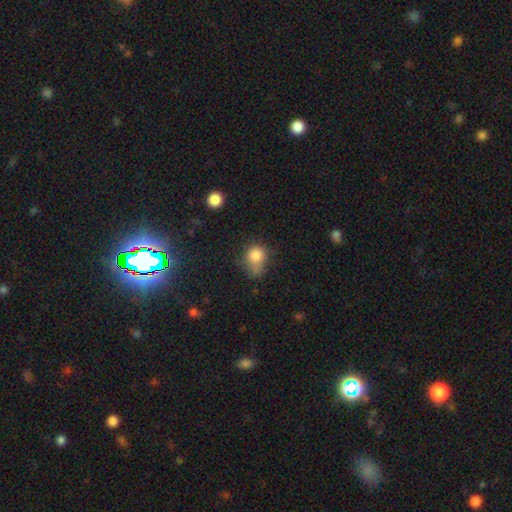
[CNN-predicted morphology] Smooth or featured?
  - smooth: 80% *
  - star or artifact: 11%
  - featured or disk: 9%
How rounded?
  - round: 64% *
  - in between: 34%
  - cigar-shaped: 1%
Merging?
  - none: 36% *
  - minor disturbance: 33%
  - major disturbance: 20%
  - merger: 10%